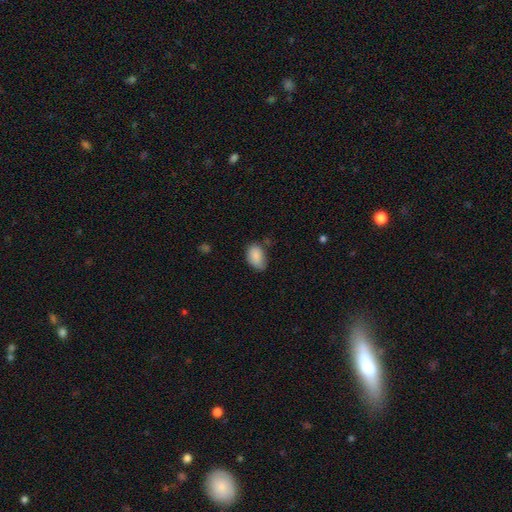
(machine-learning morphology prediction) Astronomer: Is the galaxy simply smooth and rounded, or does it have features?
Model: smooth — 87%.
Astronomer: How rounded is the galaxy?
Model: in between — 89%.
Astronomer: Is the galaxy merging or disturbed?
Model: none — 57% (runner-up: minor disturbance, 34%).